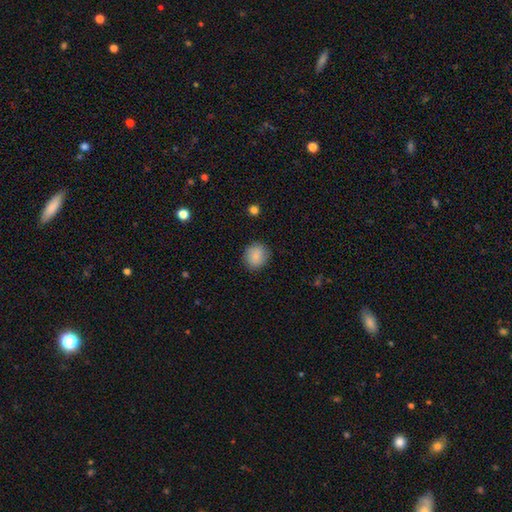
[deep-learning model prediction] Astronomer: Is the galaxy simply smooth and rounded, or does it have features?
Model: smooth — 88%.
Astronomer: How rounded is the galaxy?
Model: round — 77%.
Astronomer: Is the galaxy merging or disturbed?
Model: none — 86%.